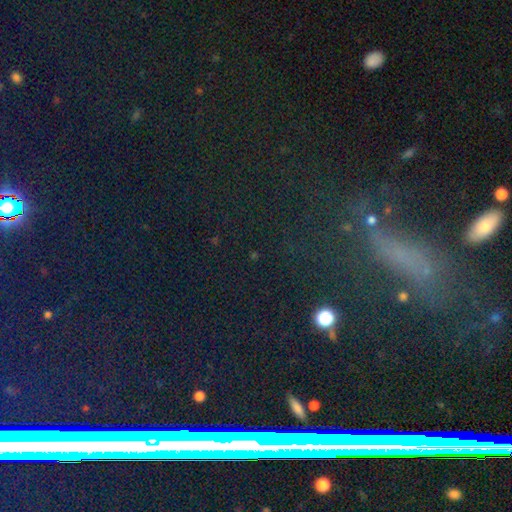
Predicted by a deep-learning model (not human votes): Smooth or featured: star or artifact — 72% (smooth — 18%)